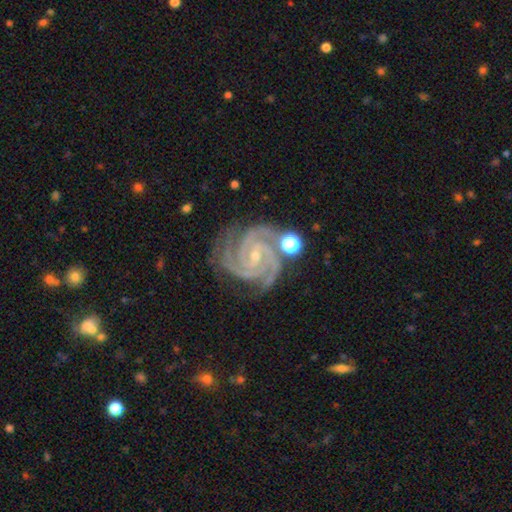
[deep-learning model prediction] Smooth or featured? Predicted: featured or disk (p=0.93). Edge-on disk? Predicted: no (p=0.98). Bar? Predicted: no (p=0.40). Spiral arms? Predicted: yes (p=0.99). Spiral winding? Predicted: tight (p=0.76). Spiral arm count? Predicted: 3 (p=0.45). Bulge size? Predicted: small (p=0.76). Merging? Predicted: none (p=0.73).